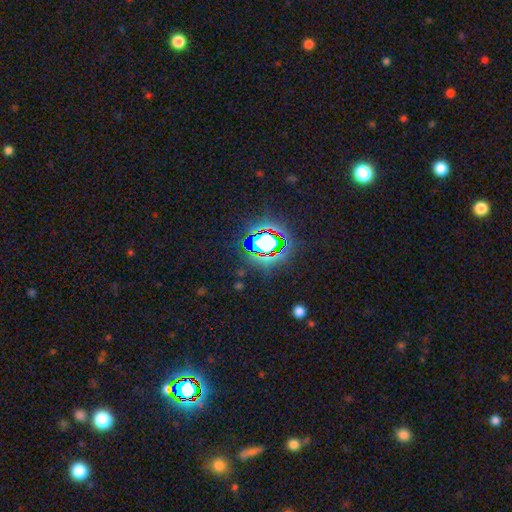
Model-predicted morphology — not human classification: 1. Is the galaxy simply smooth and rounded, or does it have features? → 83% star or artifact, 10% smooth, 7% featured or disk.